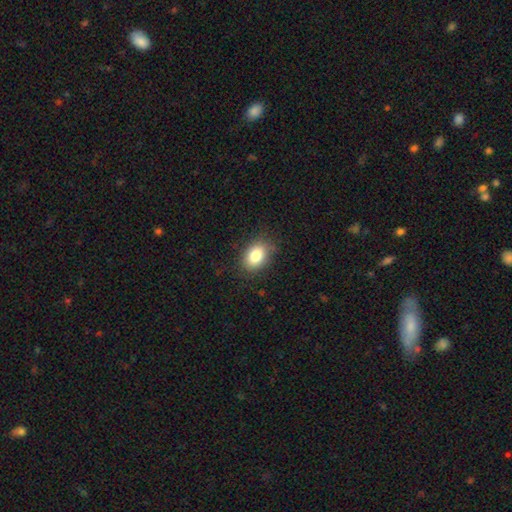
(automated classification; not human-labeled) A smooth galaxy with no disk features (82%) that is in between round and cigar-shaped (76%).

Vote fractions:
- Smooth or featured? smooth: 82% / star or artifact: 9% / featured or disk: 9%
- How rounded? in between: 76% / round: 23% / cigar-shaped: 1%
- Merging? none: 83% / minor disturbance: 13% / major disturbance: 3% / merger: 1%